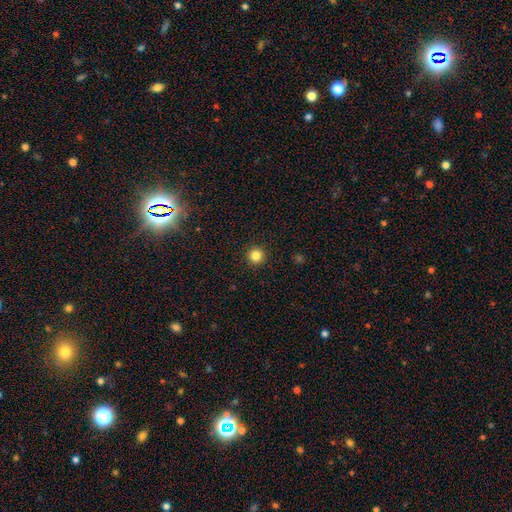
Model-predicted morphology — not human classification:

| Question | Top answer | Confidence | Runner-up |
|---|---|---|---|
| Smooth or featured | smooth | 83% | star or artifact (13%) |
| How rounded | round | 96% | in between (3%) |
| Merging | none | 93% | minor disturbance (4%) |